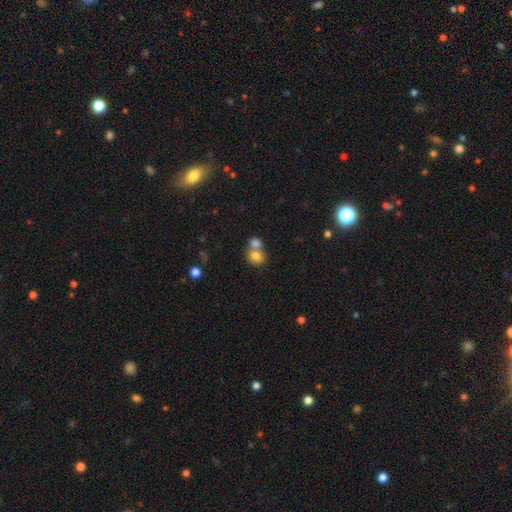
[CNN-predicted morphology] smooth 79%, featured or disk 11%, star or artifact 10%. Down the decision tree: how rounded — round (66%); merging — merger (55%).